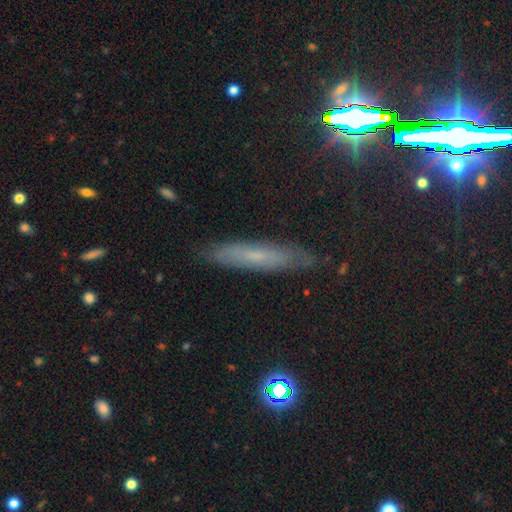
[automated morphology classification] Smooth or featured? smooth (44%)
Merging? none (83%)